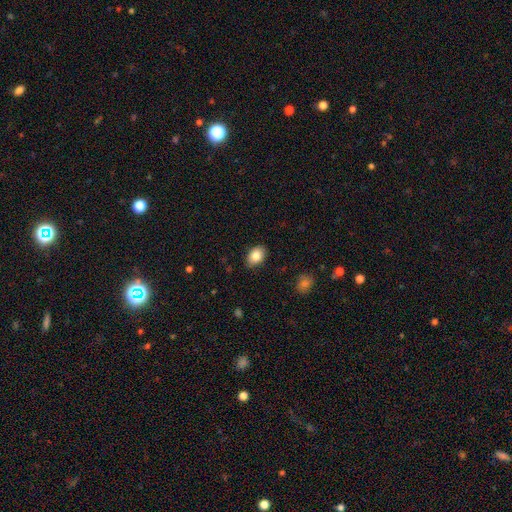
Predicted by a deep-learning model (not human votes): This is clearly a smooth galaxy (85%). How rounded: clearly in between (84%). Merging: clearly none (86%).